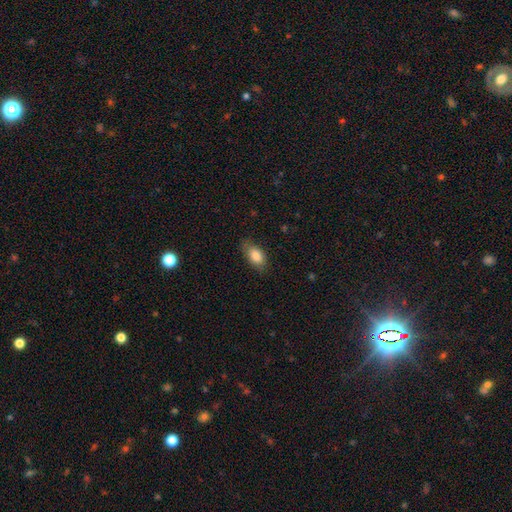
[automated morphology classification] A smooth galaxy with no disk features (85%) that is in between round and cigar-shaped (91%). Merging: none (73%).